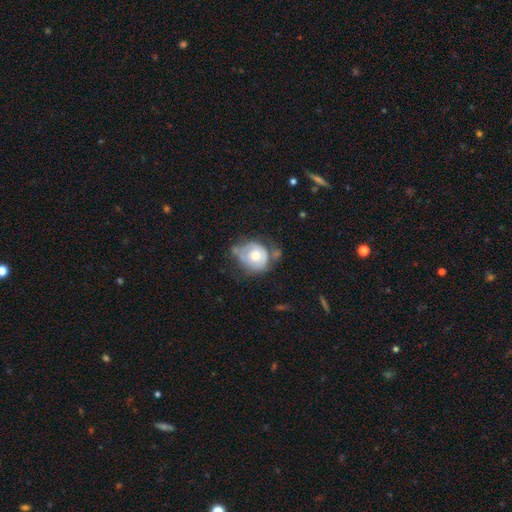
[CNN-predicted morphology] Overall: smooth (48%; featured or disk 45%). Merging: minor disturbance (34%; none 32%).